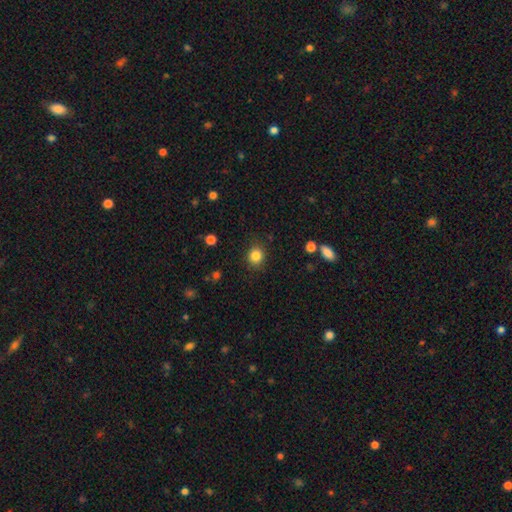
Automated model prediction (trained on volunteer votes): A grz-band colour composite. It shows a smooth galaxy with no disk features (84%) that is round (79%). Merging: none (86%).